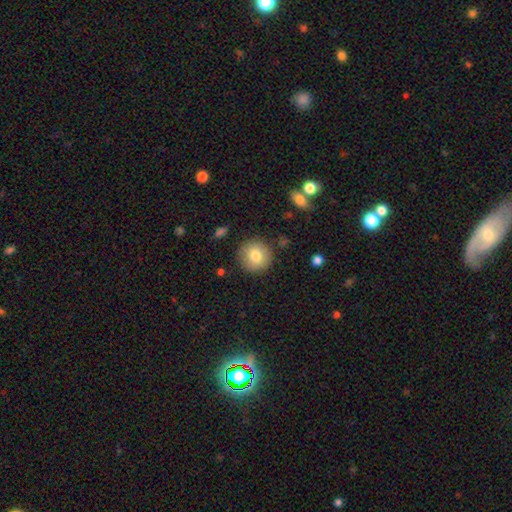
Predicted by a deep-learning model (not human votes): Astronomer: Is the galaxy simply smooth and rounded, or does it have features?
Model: smooth — 79%.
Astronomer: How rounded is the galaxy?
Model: round — 94%.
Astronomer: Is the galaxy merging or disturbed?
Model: none — 88%.